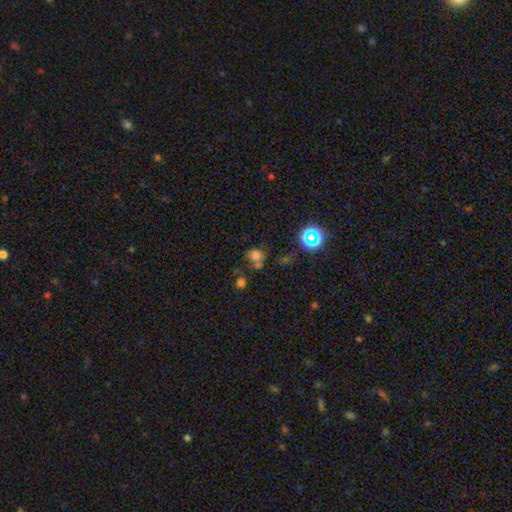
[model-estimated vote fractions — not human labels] smooth-or-featured: smooth: 65% | star or artifact: 23% | featured or disk: 12%
  how-rounded: round: 73% | in between: 25% | cigar-shaped: 1%
  merging: none: 51% | merger: 21% | minor disturbance: 18% | major disturbance: 10%